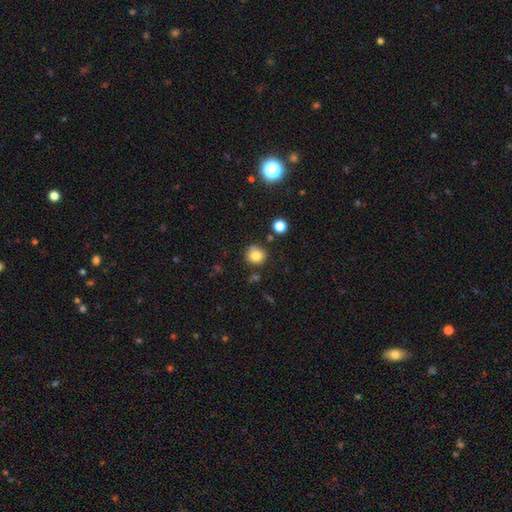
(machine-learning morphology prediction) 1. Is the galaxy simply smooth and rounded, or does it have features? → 81% smooth, 12% star or artifact, 7% featured or disk.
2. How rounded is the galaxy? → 90% round, 9% in between, 1% cigar-shaped.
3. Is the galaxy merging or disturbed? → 81% none, 11% minor disturbance, 5% merger, 3% major disturbance.